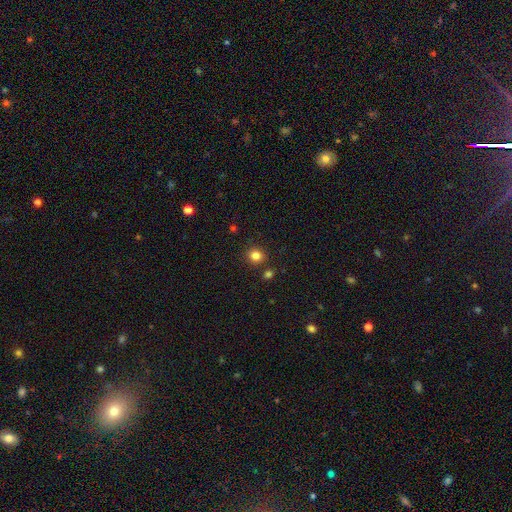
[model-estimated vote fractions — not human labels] Smooth or featured?
  - smooth: 83% *
  - star or artifact: 13%
  - featured or disk: 5%
How rounded?
  - round: 87% *
  - in between: 12%
  - cigar-shaped: 1%
Merging?
  - none: 86% *
  - minor disturbance: 7%
  - merger: 5%
  - major disturbance: 2%